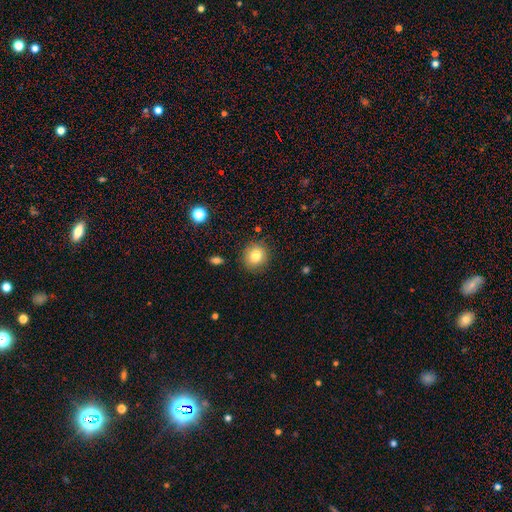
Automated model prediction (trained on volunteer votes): Q: Smooth or featured?
A: smooth (81%); runner-up: star or artifact (10%)
Q: How rounded?
A: round (84%); runner-up: in between (15%)
Q: Merging?
A: none (88%); runner-up: minor disturbance (8%)